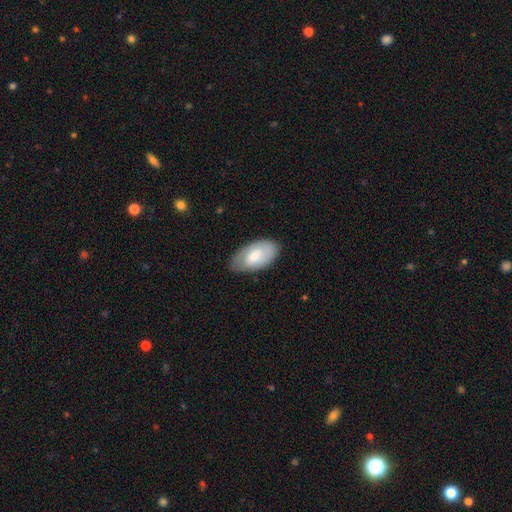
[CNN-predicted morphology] Overall: smooth (63%; featured or disk 32%). How rounded: in between (95%). Merging: none (75%).